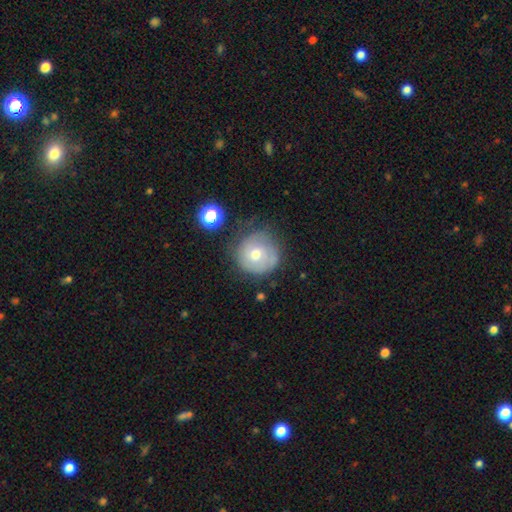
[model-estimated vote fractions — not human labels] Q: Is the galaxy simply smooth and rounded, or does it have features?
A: smooth — 46%.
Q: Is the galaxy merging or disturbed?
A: none — 66%.